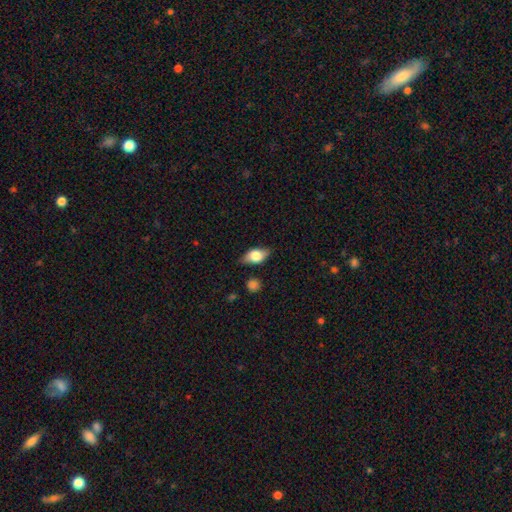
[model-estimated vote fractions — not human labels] A smooth galaxy with no disk features (64%) that is in between round and cigar-shaped (83%). Merging: none (77%).